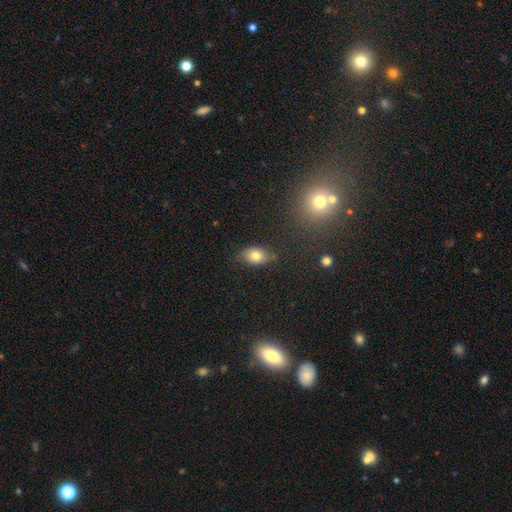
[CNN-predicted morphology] Smooth or featured?
  - smooth: 79% *
  - featured or disk: 11%
  - star or artifact: 10%
How rounded?
  - in between: 82% *
  - round: 17%
  - cigar-shaped: 2%
Merging?
  - none: 77% *
  - minor disturbance: 17%
  - major disturbance: 4%
  - merger: 2%